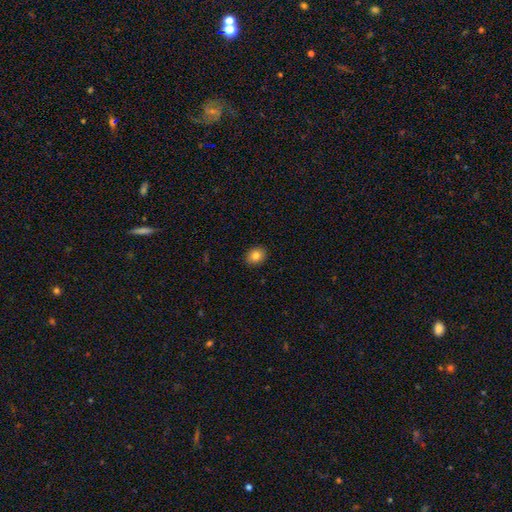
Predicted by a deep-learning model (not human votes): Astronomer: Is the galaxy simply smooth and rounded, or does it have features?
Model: smooth — 83%.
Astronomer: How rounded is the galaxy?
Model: round — 52% (runner-up: in between, 47%).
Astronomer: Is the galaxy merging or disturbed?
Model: none — 89%.